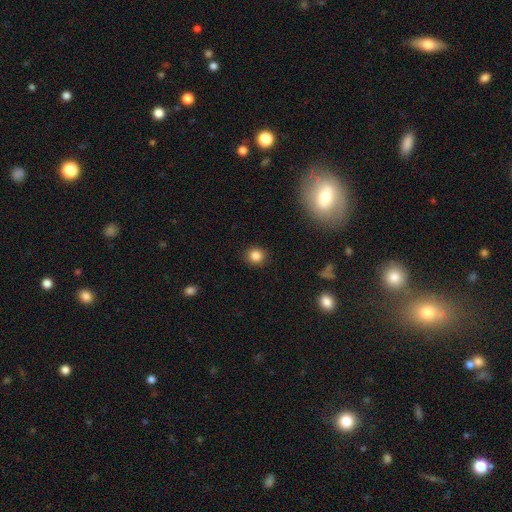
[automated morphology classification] A smooth galaxy with no disk features (84%) that is round (84%).

Vote fractions:
- Smooth or featured? smooth: 84% / star or artifact: 11% / featured or disk: 4%
- How rounded? round: 84% / in between: 14% / cigar-shaped: 1%
- Merging? none: 90% / minor disturbance: 7% / major disturbance: 2% / merger: 1%